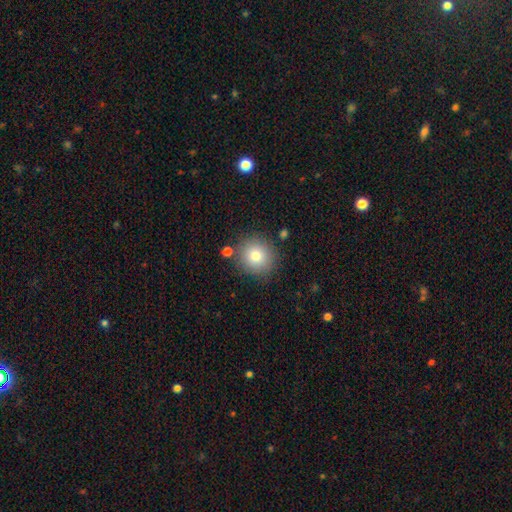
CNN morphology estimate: smooth_or_featured: smooth (p=0.80) [alt: star or artifact p=0.10]
how_rounded: round (p=0.88) [alt: in between p=0.12]
merging: none (p=0.83) [alt: minor disturbance p=0.10]